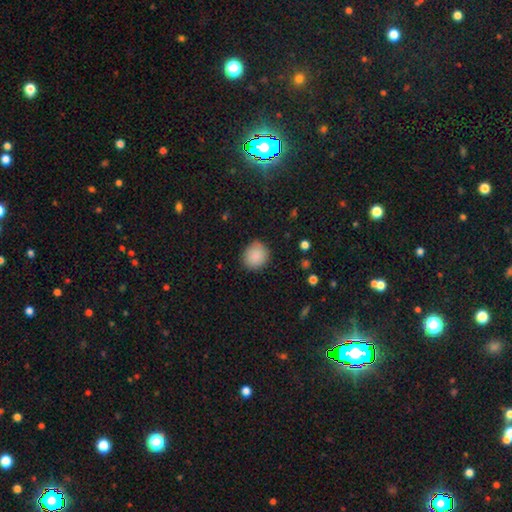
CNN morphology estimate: smooth 89%, star or artifact 8%, featured or disk 4%. Down the decision tree: how rounded — round (82%); merging — none (84%).